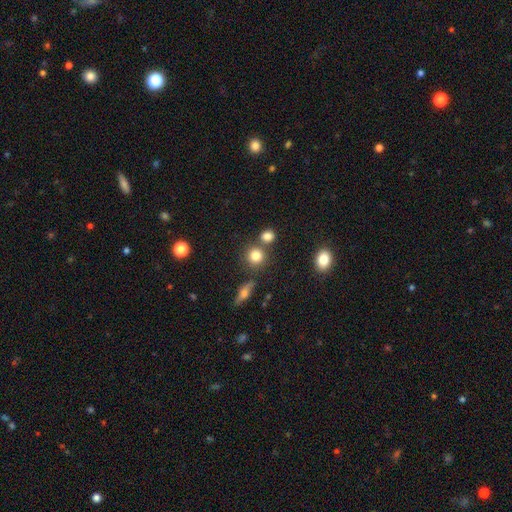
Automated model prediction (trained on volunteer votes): This is clearly a smooth galaxy (80%). How rounded: clearly round (86%). Merging: likely none (69%).